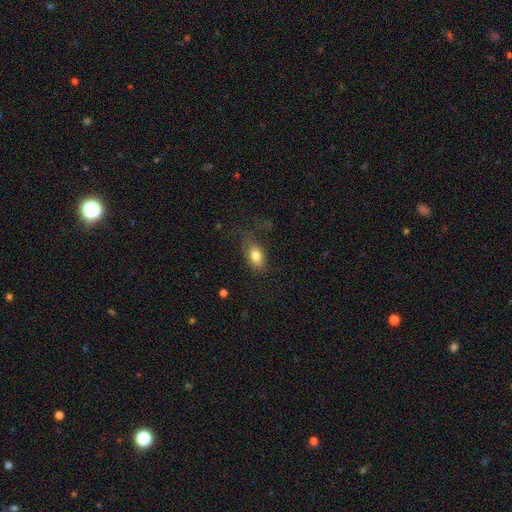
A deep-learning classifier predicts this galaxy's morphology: Smooth or featured? Predicted: smooth (p=0.80). How rounded? Predicted: in between (p=0.87). Merging? Predicted: none (p=0.62).